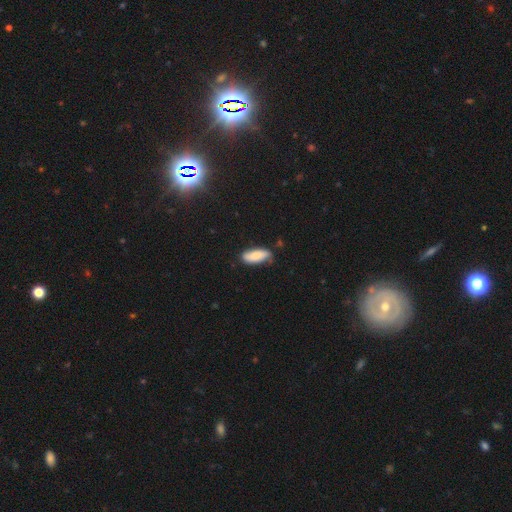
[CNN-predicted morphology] Smooth or featured? smooth (78%)
How rounded? in between (77%)
Merging? none (63%)